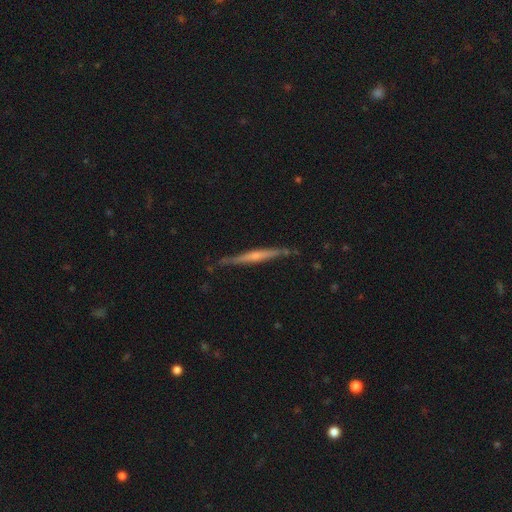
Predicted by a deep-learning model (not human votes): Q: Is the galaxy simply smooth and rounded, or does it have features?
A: featured or disk — 70%.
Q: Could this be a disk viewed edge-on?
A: yes — 97%.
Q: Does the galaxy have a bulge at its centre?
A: rounded — 55%.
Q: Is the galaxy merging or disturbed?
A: none — 83%.